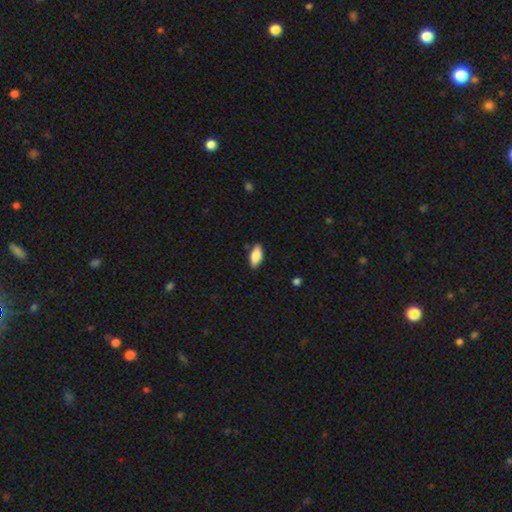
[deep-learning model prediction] This appears to be a smooth galaxy with no disk features (81%) that is in between round and cigar-shaped (84%). Merging: none (86%).